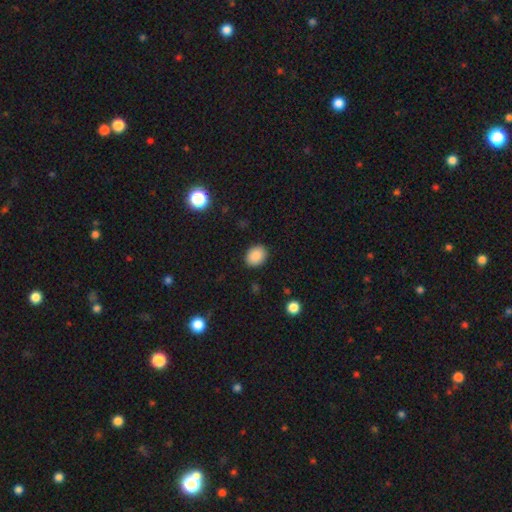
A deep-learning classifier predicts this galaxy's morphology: This appears to be a smooth galaxy with no disk features (88%) that is in between round and cigar-shaped (52%). Merging: none (90%).